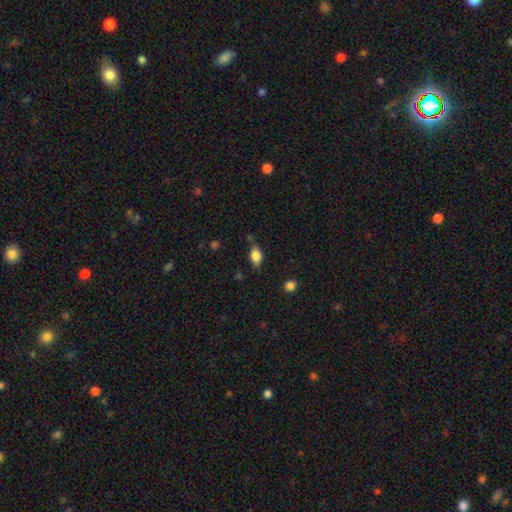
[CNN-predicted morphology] Smooth or featured? Predicted: smooth (p=0.82). How rounded? Predicted: in between (p=0.85). Merging? Predicted: none (p=0.71).